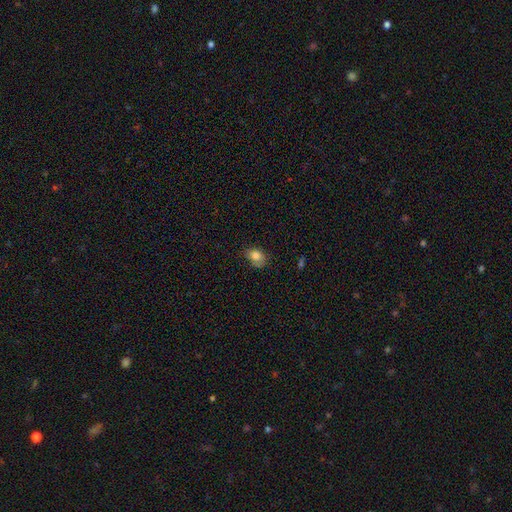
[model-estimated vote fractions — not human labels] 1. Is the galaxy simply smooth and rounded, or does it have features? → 79% smooth, 11% featured or disk, 10% star or artifact.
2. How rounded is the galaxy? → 70% in between, 29% round, 1% cigar-shaped.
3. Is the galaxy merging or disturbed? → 57% none, 31% minor disturbance, 9% major disturbance, 3% merger.